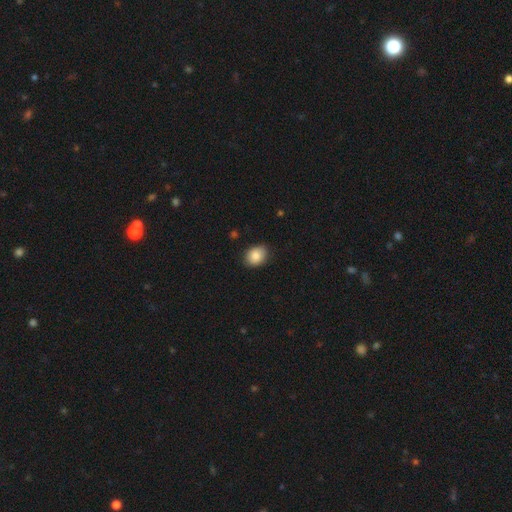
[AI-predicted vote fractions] Morphology: type=smooth (85%); roundness=in between (56%); merging=none (84%).